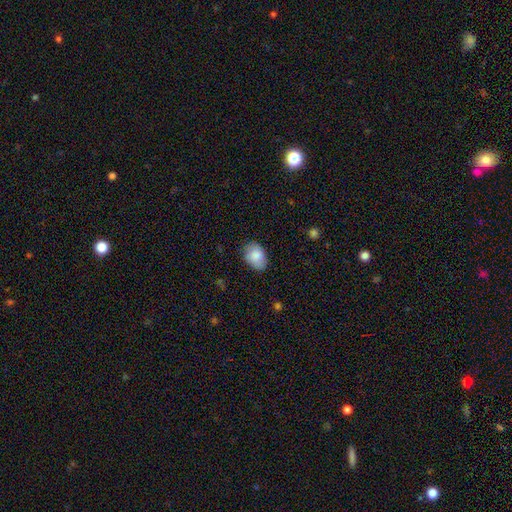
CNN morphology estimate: type=smooth (84%); roundness=in between (83%); merging=none (76%).